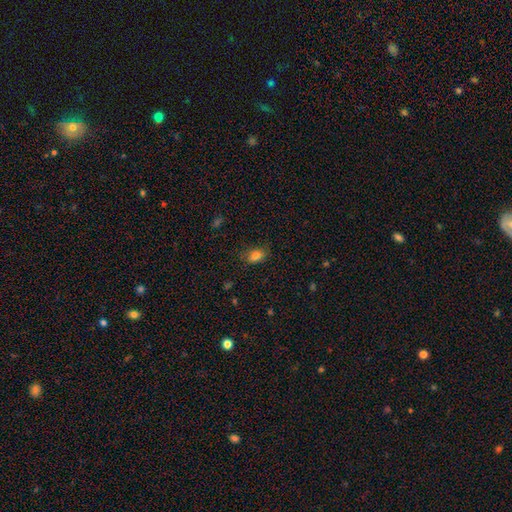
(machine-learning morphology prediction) Smooth or featured? smooth (82%)
How rounded? in between (83%)
Merging? none (77%)